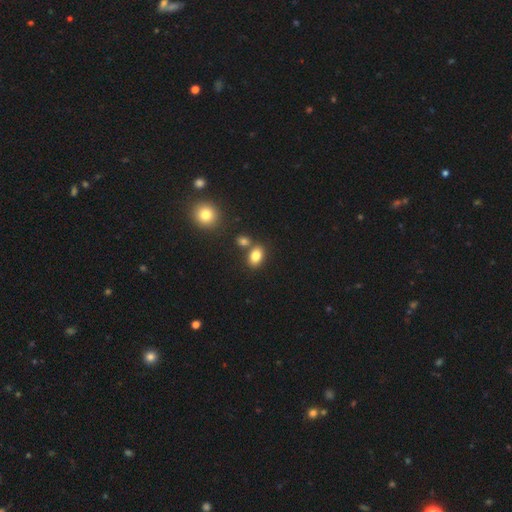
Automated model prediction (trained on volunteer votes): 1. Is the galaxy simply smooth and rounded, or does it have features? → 83% smooth, 10% star or artifact, 8% featured or disk.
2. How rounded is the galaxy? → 81% in between, 17% round, 2% cigar-shaped.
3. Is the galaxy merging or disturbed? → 67% none, 19% merger, 10% minor disturbance, 3% major disturbance.